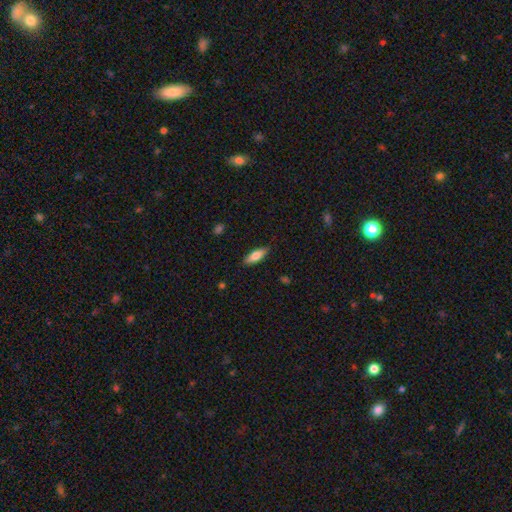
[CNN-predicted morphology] Smooth or featured?
  - smooth: 75% *
  - featured or disk: 19%
  - star or artifact: 6%
How rounded?
  - in between: 62% *
  - cigar-shaped: 36%
  - round: 2%
Merging?
  - none: 85% *
  - minor disturbance: 12%
  - major disturbance: 2%
  - merger: 1%